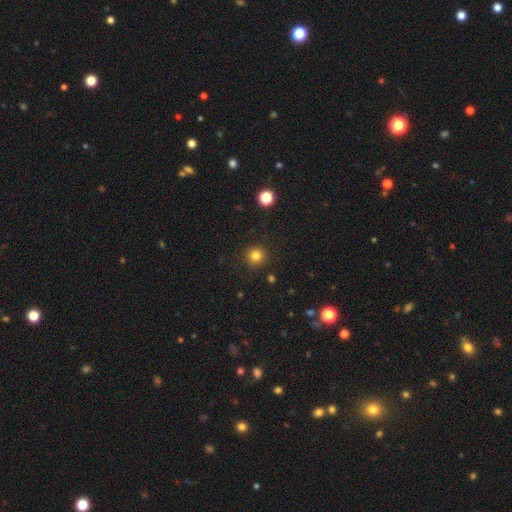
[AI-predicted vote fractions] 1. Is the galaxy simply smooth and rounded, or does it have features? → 82% smooth, 13% star or artifact, 5% featured or disk.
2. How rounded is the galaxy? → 95% round, 4% in between, 1% cigar-shaped.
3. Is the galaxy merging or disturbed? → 91% none, 5% minor disturbance, 2% major disturbance, 1% merger.